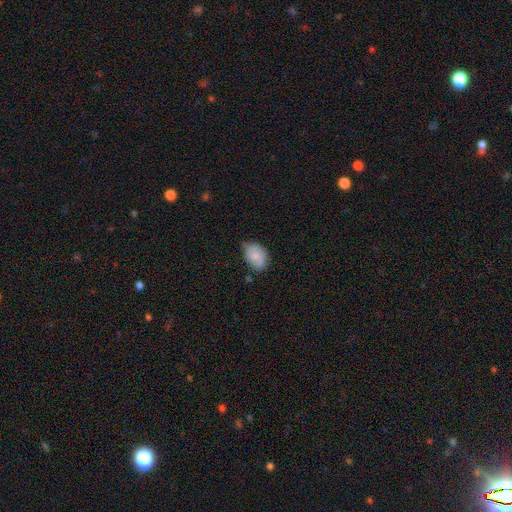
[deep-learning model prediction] smooth-or-featured: smooth: 79% | featured or disk: 14% | star or artifact: 7%
  how-rounded: in between: 79% | round: 20% | cigar-shaped: 1%
  merging: none: 60% | minor disturbance: 32% | major disturbance: 5% | merger: 3%